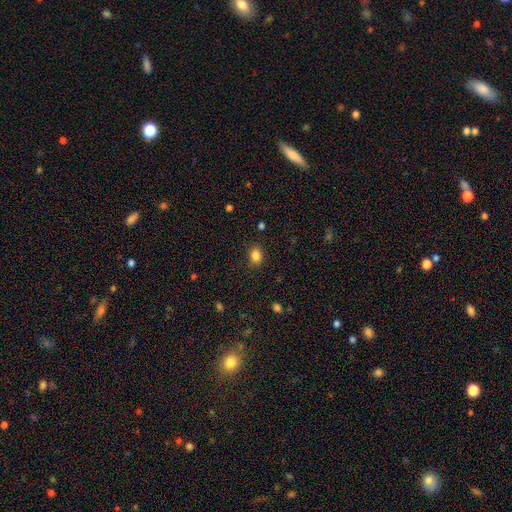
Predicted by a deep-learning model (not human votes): Morphology: type=smooth (84%); roundness=in between (59%); merging=none (86%).